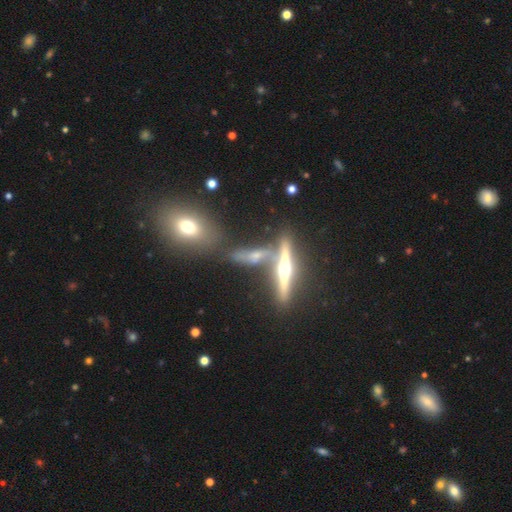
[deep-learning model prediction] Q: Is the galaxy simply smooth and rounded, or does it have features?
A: featured or disk — 72%.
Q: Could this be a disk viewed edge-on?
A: yes — 91%.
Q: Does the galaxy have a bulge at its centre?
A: rounded — 91%.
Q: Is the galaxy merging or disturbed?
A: none — 60%.